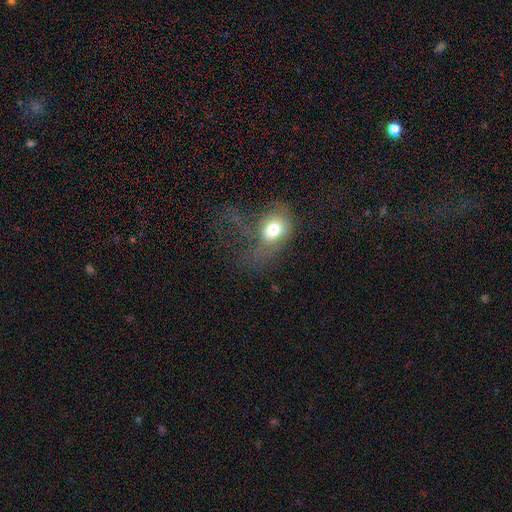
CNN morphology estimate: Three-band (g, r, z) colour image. It shows a smooth galaxy with no disk features (54%) that is round (54%). Merging: major disturbance (58%).